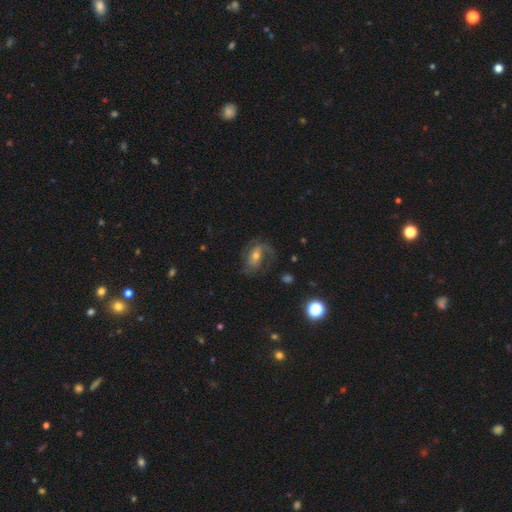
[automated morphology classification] Overall: featured or disk (76%). Edge-on disk: no (97%). Bar: no (52%; weak 35%). Spiral arms: yes (92%). Spiral arm count: 2 (55%; 1 18%). Spiral winding: medium (48%; loose 29%). Bulge size: moderate (56%; small 37%). Merging: none (61%).